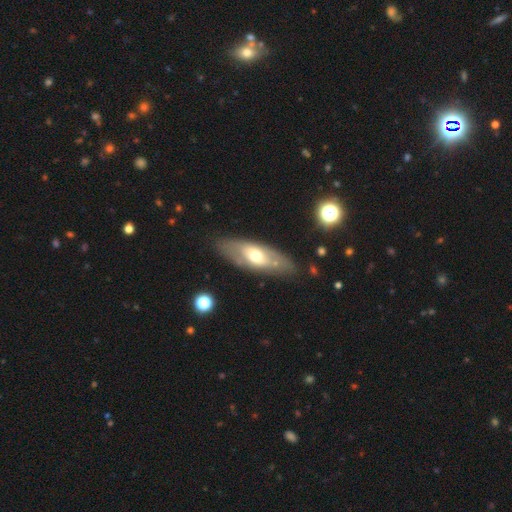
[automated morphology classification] This appears to be a featured or disk galaxy (51%). Merging: none (79%).